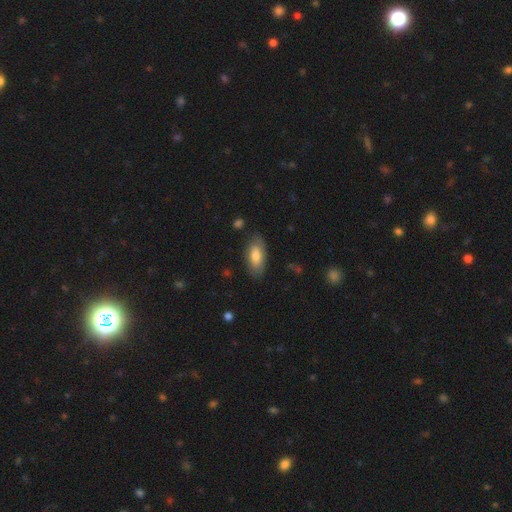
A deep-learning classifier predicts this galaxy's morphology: Smooth or featured: smooth — 75% (featured or disk — 19%)
How rounded: in between — 89% (cigar-shaped — 9%)
Merging: none — 80% (minor disturbance — 15%)